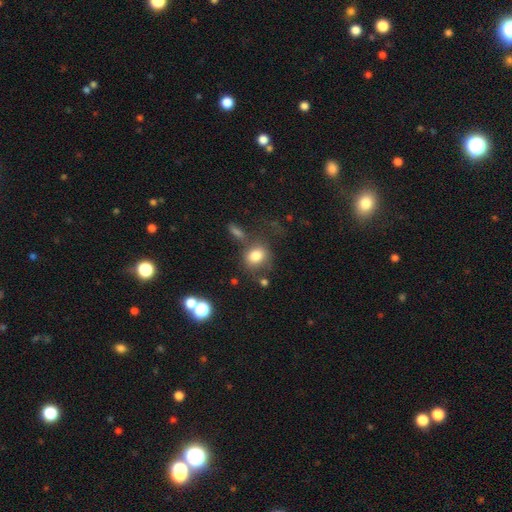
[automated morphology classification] Overall: smooth (79%). How rounded: round (59%; in between 39%). Merging: none (56%; minor disturbance 19%).